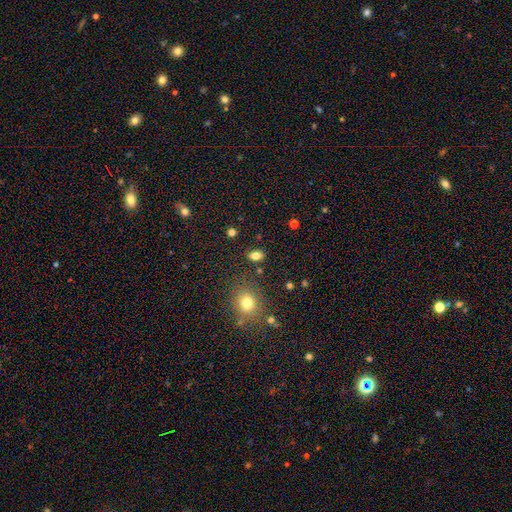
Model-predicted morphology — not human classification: Smooth or featured: smooth — 80% (star or artifact — 12%)
How rounded: in between — 79% (round — 18%)
Merging: none — 85% (minor disturbance — 10%)